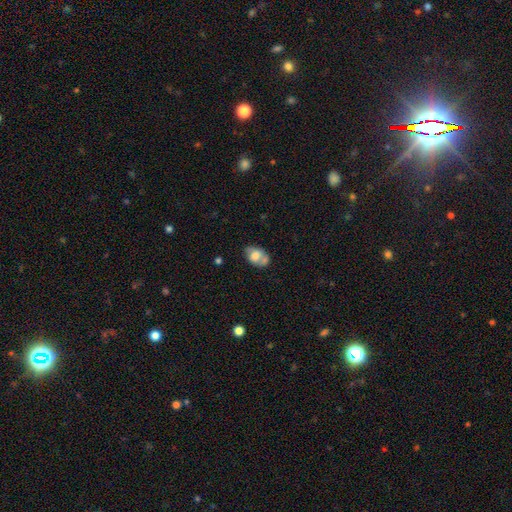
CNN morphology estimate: type=smooth (61%); roundness=in between (82%); merging=none (41%).